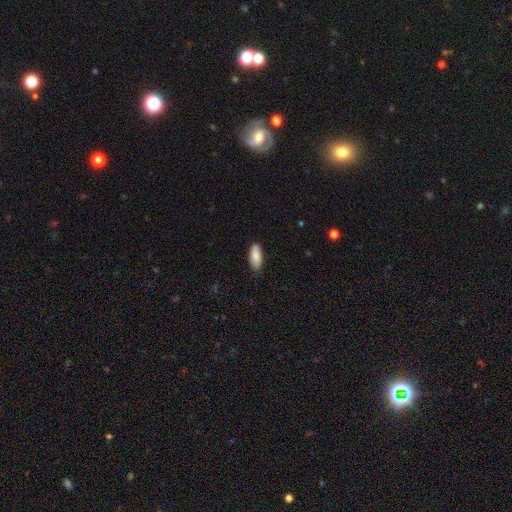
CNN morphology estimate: Overall: smooth (87%). How rounded: in between (83%). Merging: none (79%).